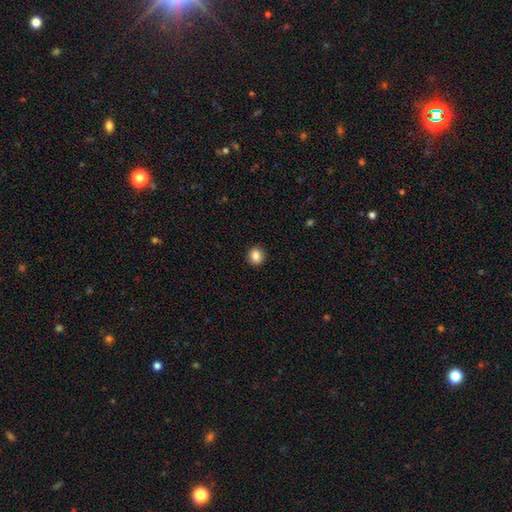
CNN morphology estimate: smooth 85%, star or artifact 10%, featured or disk 5%. Down the decision tree: how rounded — round (82%); merging — none (91%).